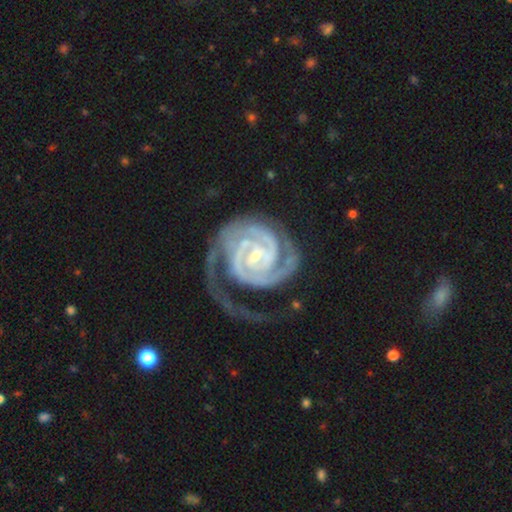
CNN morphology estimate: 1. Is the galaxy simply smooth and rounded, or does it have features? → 93% featured or disk, 4% star or artifact, 3% smooth.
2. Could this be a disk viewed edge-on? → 98% no, 2% yes.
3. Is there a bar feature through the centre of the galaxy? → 46% weak, 29% strong, 25% no.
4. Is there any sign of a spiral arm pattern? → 99% yes, 1% no.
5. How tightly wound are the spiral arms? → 75% tight, 21% medium, 3% loose.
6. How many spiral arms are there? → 68% 2, 13% 3, 7% can't tell, 4% 1, 4% 4, 4% more than 4.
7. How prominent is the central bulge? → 66% small, 24% moderate, 7% none, 2% large, 1% dominant.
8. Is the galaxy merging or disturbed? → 51% none, 27% major disturbance, 19% minor disturbance, 3% merger.